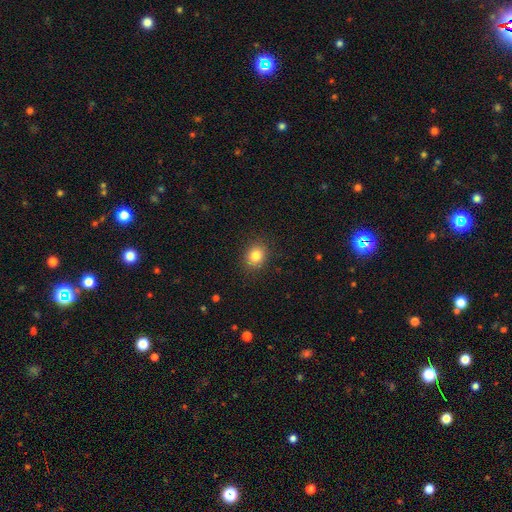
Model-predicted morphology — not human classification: Smooth or featured: smooth — 84% (star or artifact — 10%)
How rounded: round — 50% (in between — 49%)
Merging: none — 88% (minor disturbance — 9%)